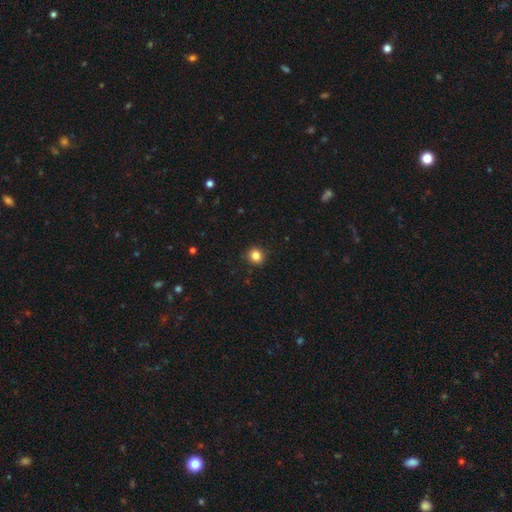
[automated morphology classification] Smooth or featured: smooth — 84% (star or artifact — 12%)
How rounded: round — 90% (in between — 9%)
Merging: none — 91% (minor disturbance — 6%)